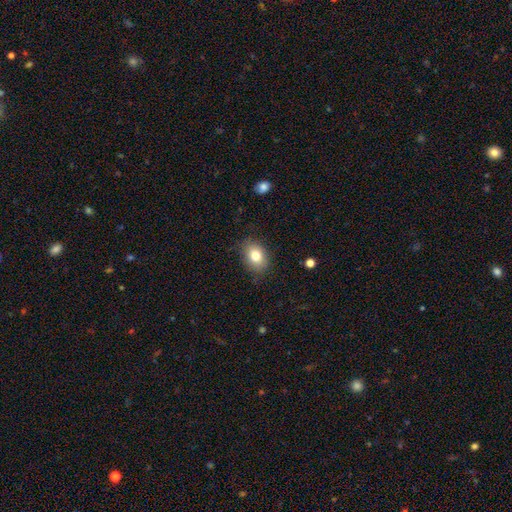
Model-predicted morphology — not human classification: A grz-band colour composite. It shows a smooth galaxy with no disk features (79%) that is in between round and cigar-shaped (69%). Merging: none (83%).